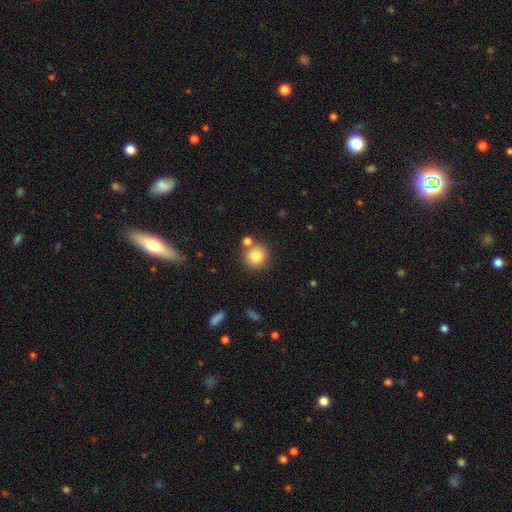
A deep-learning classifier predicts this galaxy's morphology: A smooth galaxy with no disk features (81%) that is round (92%).

Vote fractions:
- Smooth or featured? smooth: 81% / star or artifact: 11% / featured or disk: 8%
- How rounded? round: 92% / in between: 7% / cigar-shaped: 1%
- Merging? none: 75% / merger: 14% / minor disturbance: 9% / major disturbance: 3%